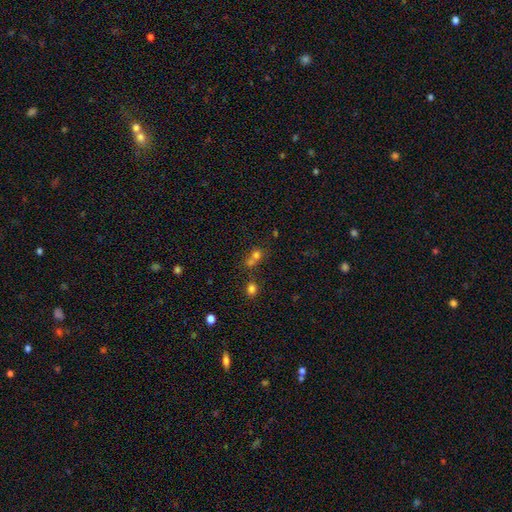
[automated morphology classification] Smooth or featured: smooth — 63% (star or artifact — 24%)
How rounded: round — 75% (in between — 23%)
Merging: merger — 53% (none — 37%)